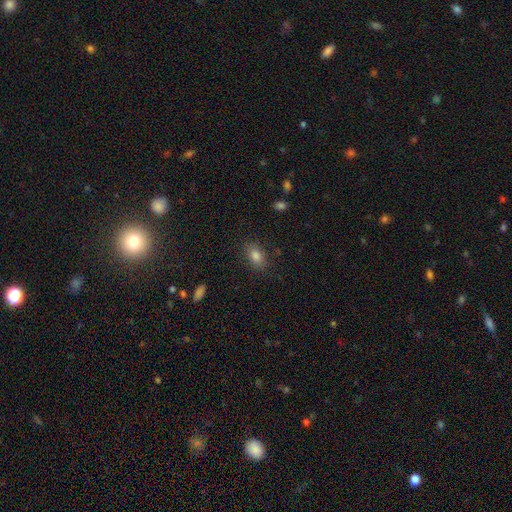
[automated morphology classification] type=smooth (81%); roundness=in between (82%); merging=none (84%).